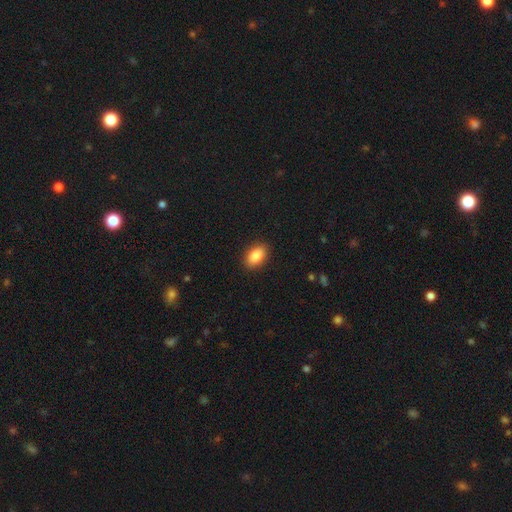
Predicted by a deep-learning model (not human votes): Smooth or featured?
  - smooth: 88% *
  - star or artifact: 7%
  - featured or disk: 5%
How rounded?
  - in between: 90% *
  - round: 8%
  - cigar-shaped: 2%
Merging?
  - none: 90% *
  - minor disturbance: 7%
  - major disturbance: 2%
  - merger: 1%